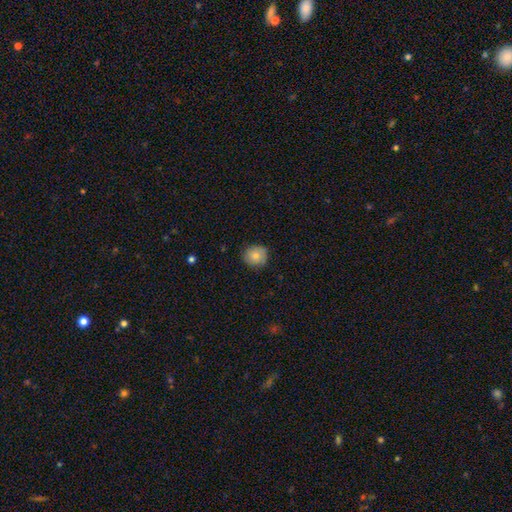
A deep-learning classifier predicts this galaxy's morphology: A smooth galaxy with no disk features (78%) that is round (88%). Merging: none (83%).